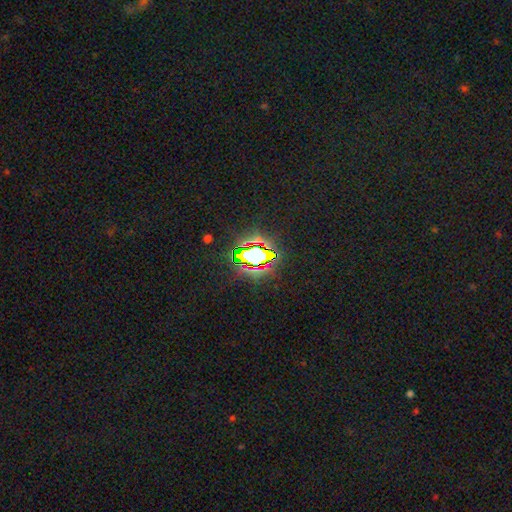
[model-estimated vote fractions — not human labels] smooth-or-featured: star or artifact: 72% | smooth: 17% | featured or disk: 11%